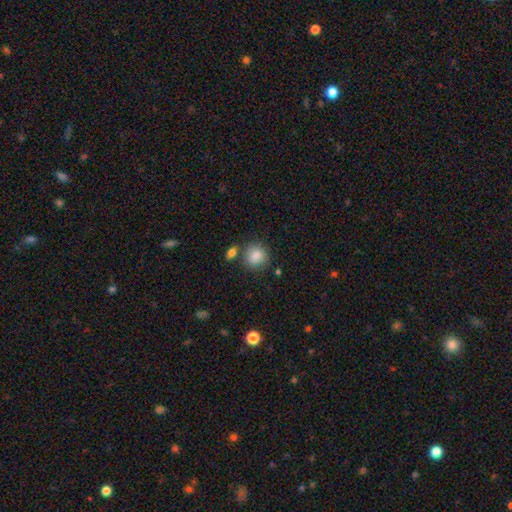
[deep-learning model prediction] Smooth or featured: smooth — 86% (star or artifact — 8%)
How rounded: round — 80% (in between — 19%)
Merging: none — 72% (minor disturbance — 13%)